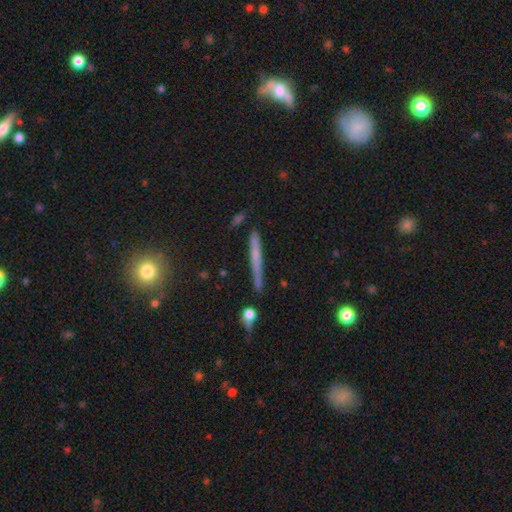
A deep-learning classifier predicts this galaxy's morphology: smooth-or-featured: smooth: 46% | featured or disk: 45% | star or artifact: 10%
  merging: none: 80% | minor disturbance: 14% | merger: 4% | major disturbance: 3%